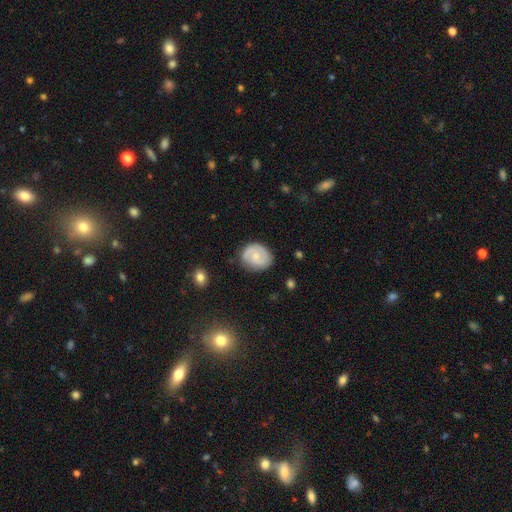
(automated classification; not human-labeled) A featured or disk galaxy (60%) with no bar (60%), spiral arms (85%) and a small central bulge (58%).

Vote fractions:
- Smooth or featured? featured or disk: 60% / smooth: 34% / star or artifact: 6%
- Edge-on disk? no: 98% / yes: 2%
- Bar? no: 60% / weak: 35% / strong: 5%
- Spiral arms? yes: 85% / no: 15%
- Bulge size? small: 58% / moderate: 35% / none: 5% / large: 1% / dominant: 1%
- Merging? none: 75% / minor disturbance: 18% / major disturbance: 5% / merger: 1%